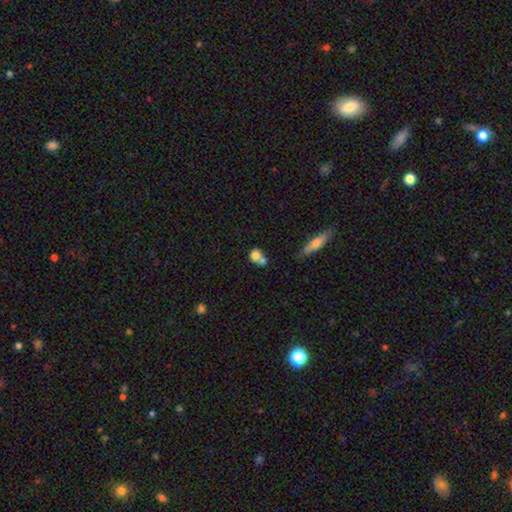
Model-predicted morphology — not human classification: Smooth or featured: smooth — 73% (featured or disk — 17%)
How rounded: round — 69% (in between — 29%)
Merging: merger — 54% (none — 33%)